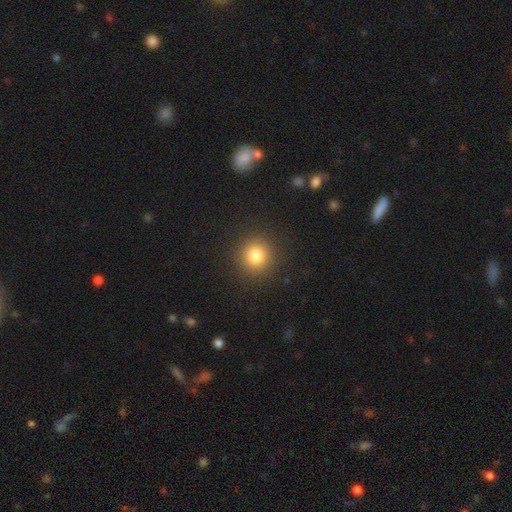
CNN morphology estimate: This appears to be a smooth galaxy with no disk features (81%) that is round (91%). Merging: none (90%).